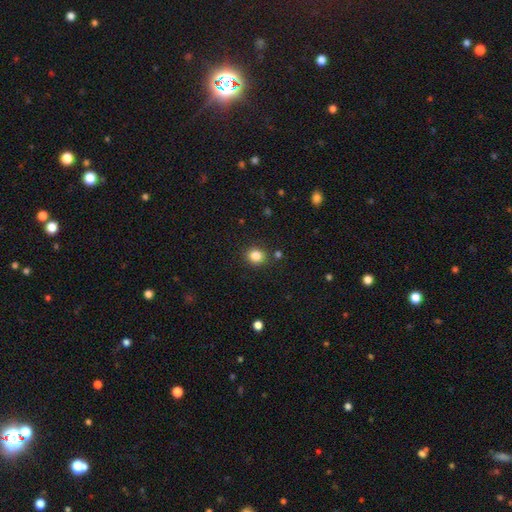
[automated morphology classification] Smooth or featured? Predicted: smooth (p=0.84). How rounded? Predicted: round (p=0.74). Merging? Predicted: none (p=0.85).